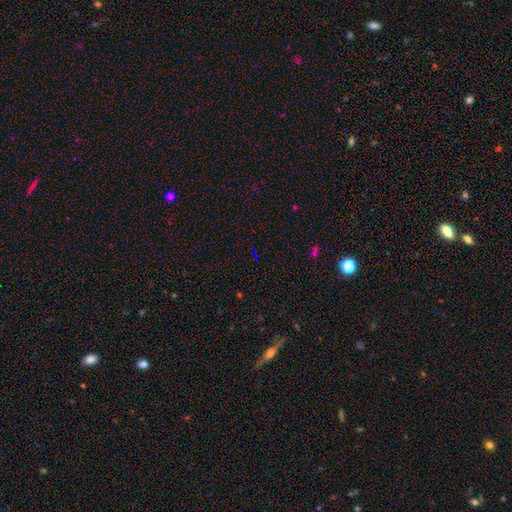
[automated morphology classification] type=star or artifact (74%).